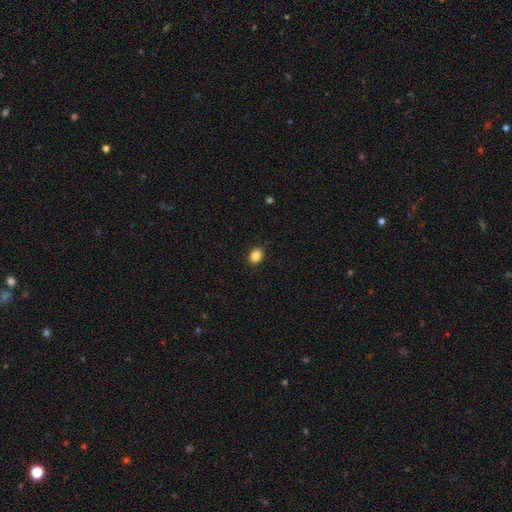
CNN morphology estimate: A smooth galaxy with no disk features (86%) that is in between round and cigar-shaped (55%).

Vote fractions:
- Smooth or featured? smooth: 86% / star or artifact: 10% / featured or disk: 4%
- How rounded? in between: 55% / round: 44% / cigar-shaped: 1%
- Merging? none: 90% / minor disturbance: 7% / major disturbance: 2% / merger: 1%